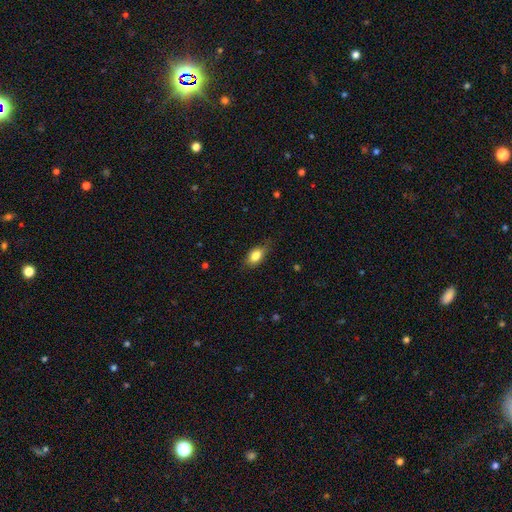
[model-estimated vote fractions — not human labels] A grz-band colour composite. It shows a smooth galaxy with no disk features (82%) that is in between round and cigar-shaped (84%). Merging: none (72%).